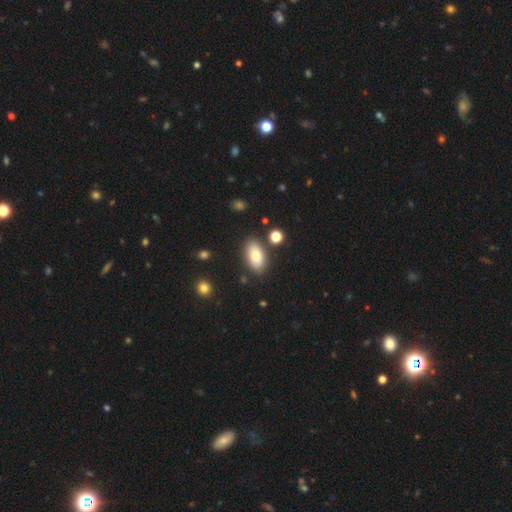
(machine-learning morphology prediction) smooth 77%, featured or disk 16%, star or artifact 8%. Down the decision tree: how rounded — in between (92%); merging — none (82%).